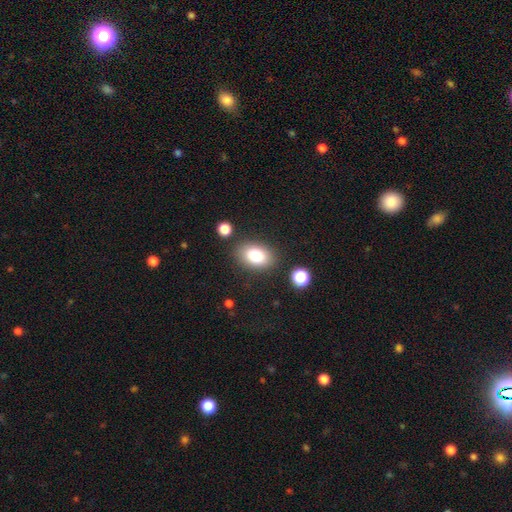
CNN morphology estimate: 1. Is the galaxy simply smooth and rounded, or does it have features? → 81% smooth, 10% featured or disk, 9% star or artifact.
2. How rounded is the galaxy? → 83% in between, 16% round, 1% cigar-shaped.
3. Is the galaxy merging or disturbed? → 83% none, 10% minor disturbance, 3% merger, 3% major disturbance.